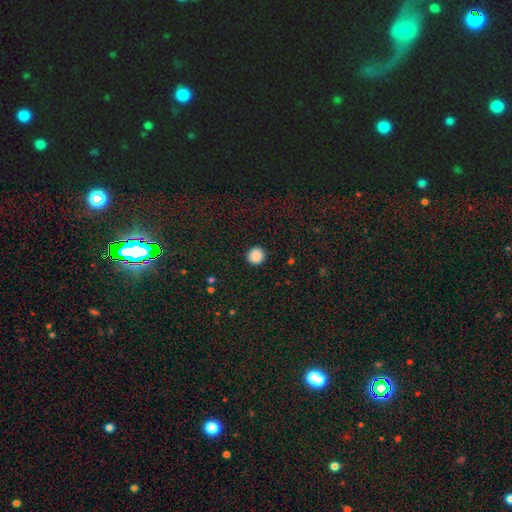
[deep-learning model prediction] smooth-or-featured: smooth: 88% | star or artifact: 9% | featured or disk: 3%
  how-rounded: round: 95% | in between: 4% | cigar-shaped: 1%
  merging: none: 92% | minor disturbance: 5% | major disturbance: 2% | merger: 1%